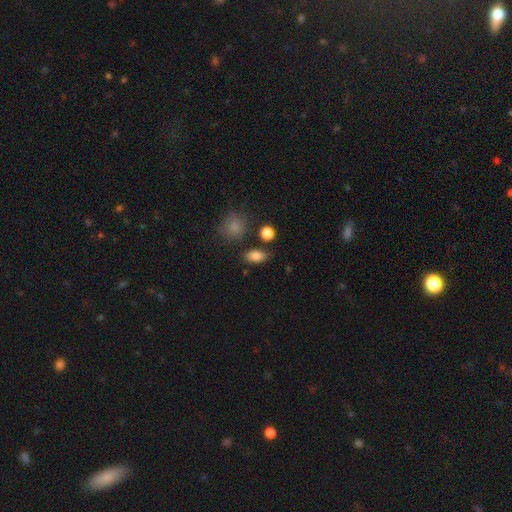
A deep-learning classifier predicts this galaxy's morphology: type=smooth (84%); roundness=in between (84%); merging=none (78%).